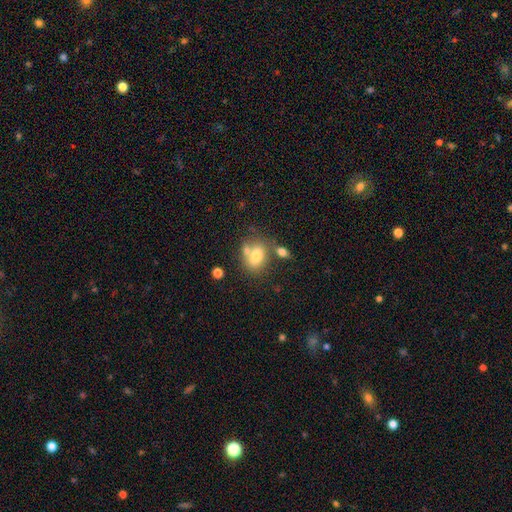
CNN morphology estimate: A smooth galaxy with no disk features (75%) that is in between round and cigar-shaped (74%).

Vote fractions:
- Smooth or featured? smooth: 75% / featured or disk: 16% / star or artifact: 10%
- How rounded? in between: 74% / round: 24% / cigar-shaped: 2%
- Merging? none: 49% / merger: 30% / minor disturbance: 15% / major disturbance: 6%